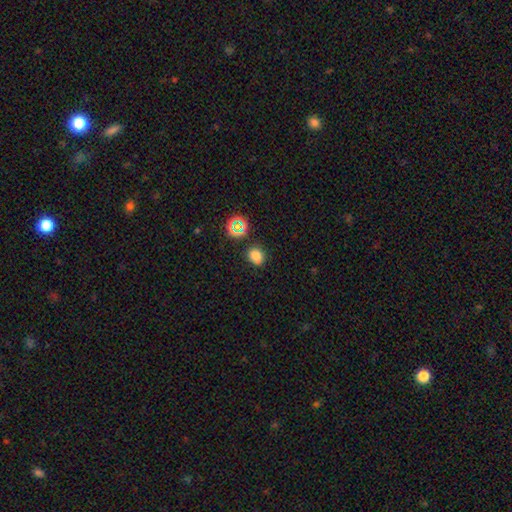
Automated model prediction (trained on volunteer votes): A smooth galaxy with no disk features (76%) that is round (68%).

Vote fractions:
- Smooth or featured? smooth: 76% / star or artifact: 18% / featured or disk: 6%
- How rounded? round: 68% / in between: 31% / cigar-shaped: 1%
- Merging? none: 81% / minor disturbance: 12% / merger: 4% / major disturbance: 3%